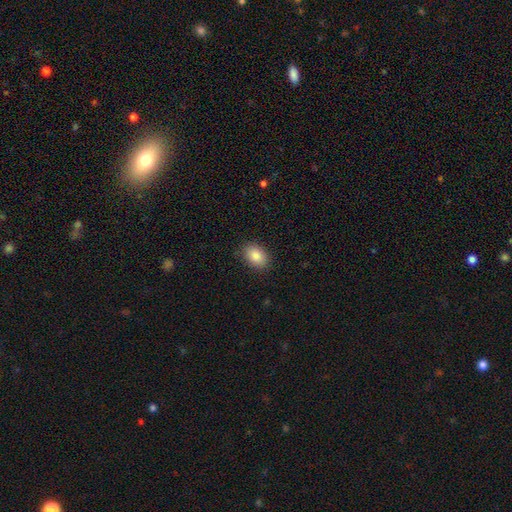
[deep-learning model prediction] Smooth or featured? Predicted: smooth (p=0.86). How rounded? Predicted: in between (p=0.81). Merging? Predicted: none (p=0.87).